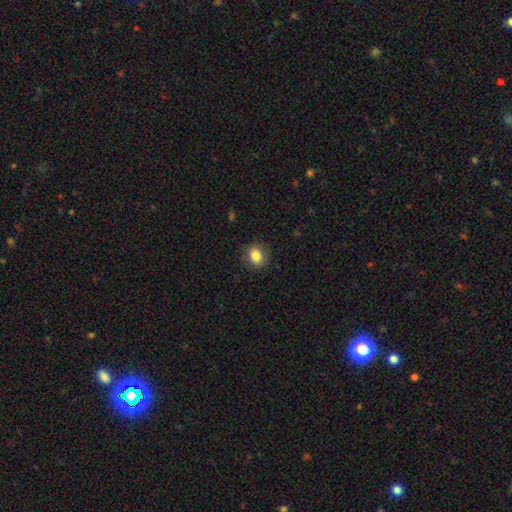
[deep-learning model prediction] Overall: smooth (84%). How rounded: round (61%; in between 38%). Merging: none (86%).